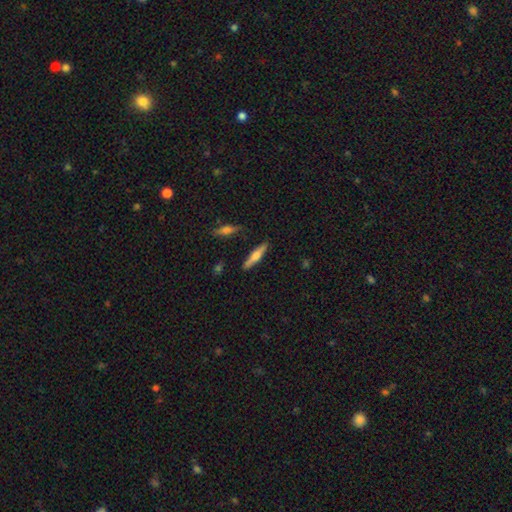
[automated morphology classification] A smooth galaxy with no disk features (53%) that is cigar-shaped (82%).

Vote fractions:
- Smooth or featured? smooth: 53% / featured or disk: 41% / star or artifact: 6%
- How rounded? cigar-shaped: 82% / in between: 17% / round: 2%
- Merging? none: 85% / minor disturbance: 10% / merger: 3% / major disturbance: 2%